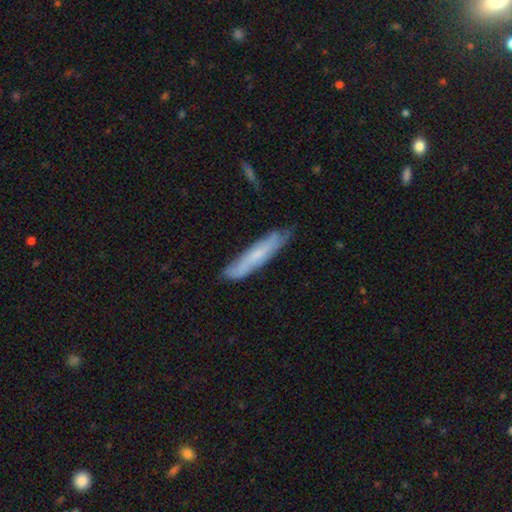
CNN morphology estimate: smooth 55%, featured or disk 39%, star or artifact 7%. Down the decision tree: how rounded — cigar-shaped (88%); merging — none (72%).